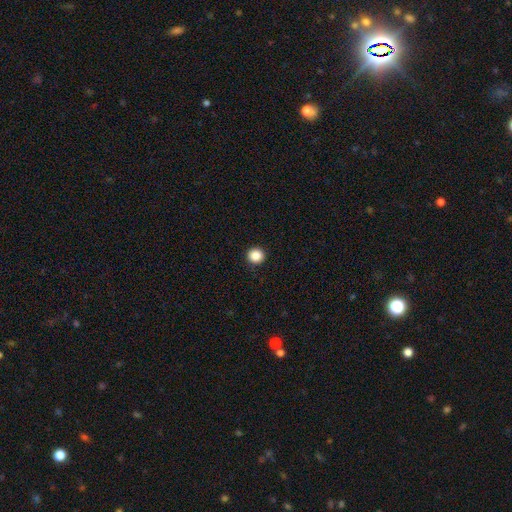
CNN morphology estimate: Smooth or featured: smooth — 87% (star or artifact — 10%)
How rounded: round — 93% (in between — 6%)
Merging: none — 93% (minor disturbance — 4%)